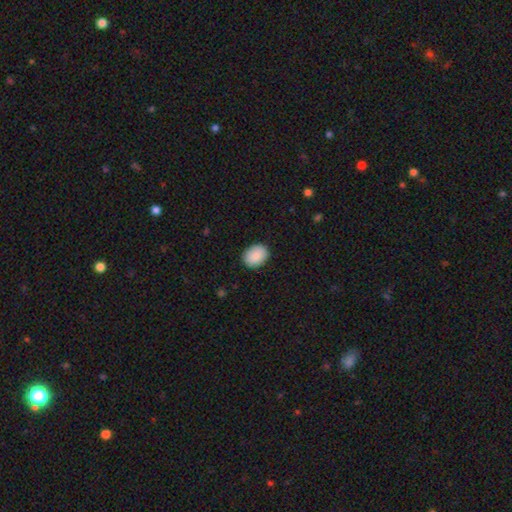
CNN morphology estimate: type=smooth (89%); roundness=in between (63%); merging=none (89%).